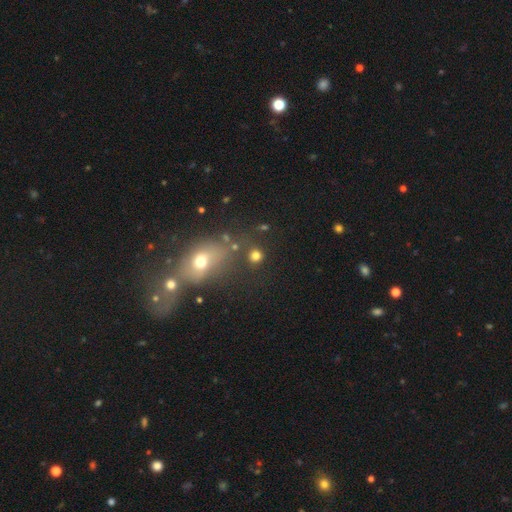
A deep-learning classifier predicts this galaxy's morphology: smooth-or-featured: smooth: 76% | star or artifact: 17% | featured or disk: 8%
  how-rounded: round: 85% | in between: 14% | cigar-shaped: 1%
  merging: none: 76% | merger: 10% | minor disturbance: 9% | major disturbance: 5%